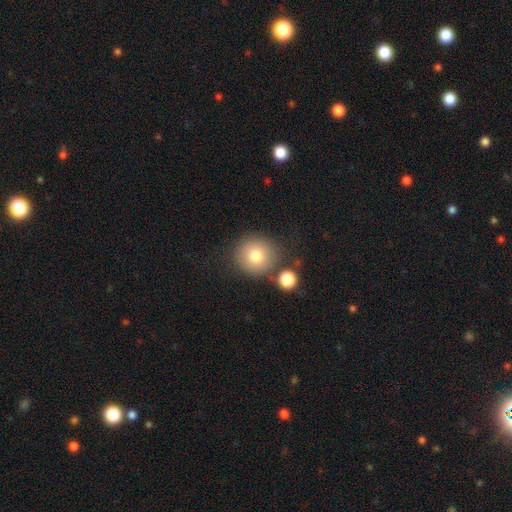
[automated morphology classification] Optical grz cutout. It shows a smooth galaxy with no disk features (77%) that is round (92%). Merging: none (76%).